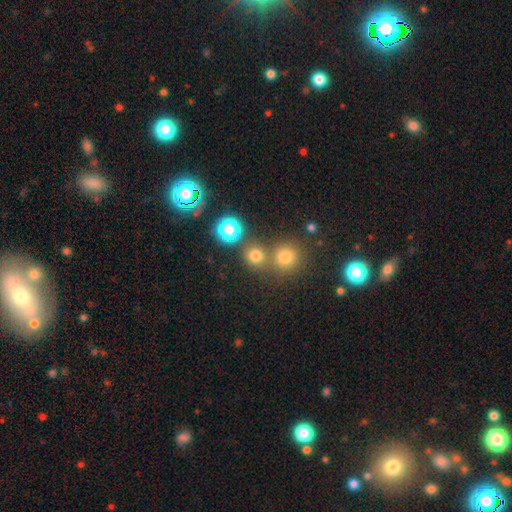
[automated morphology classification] Smooth or featured? Predicted: smooth (p=0.71). How rounded? Predicted: round (p=0.87). Merging? Predicted: none (p=0.65).